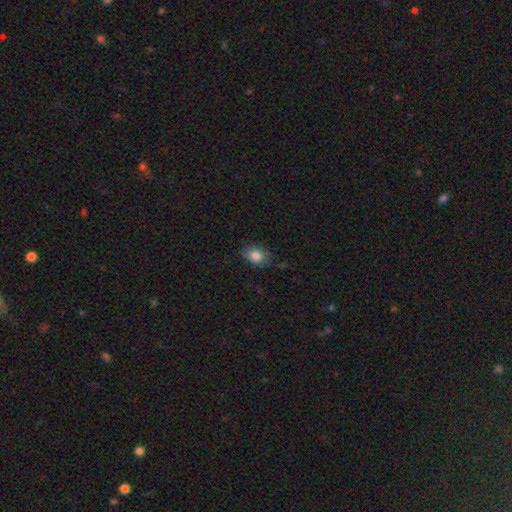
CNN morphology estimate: Overall: smooth (82%). How rounded: in between (75%). Merging: none (71%).